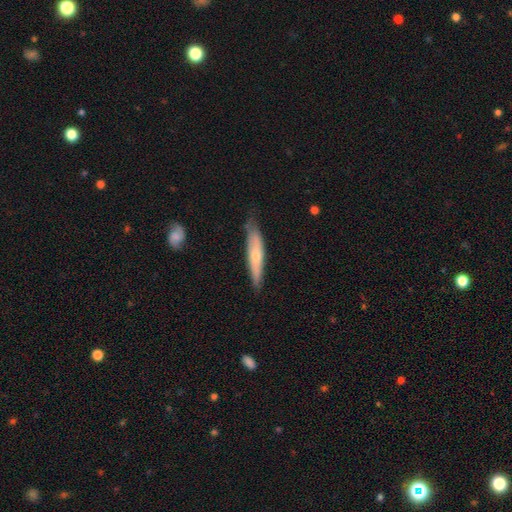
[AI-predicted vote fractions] Smooth or featured? Predicted: smooth (p=0.51). How rounded? Predicted: cigar-shaped (p=0.85). Merging? Predicted: none (p=0.70).